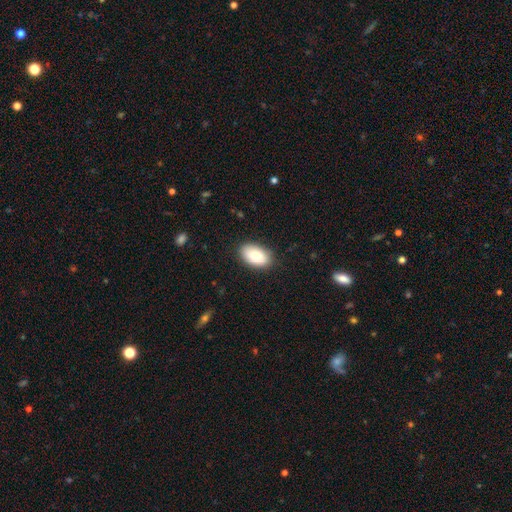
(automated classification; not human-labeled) smooth-or-featured: smooth: 80% | featured or disk: 13% | star or artifact: 7%
  how-rounded: in between: 93% | round: 6% | cigar-shaped: 1%
  merging: none: 85% | minor disturbance: 11% | major disturbance: 2% | merger: 1%